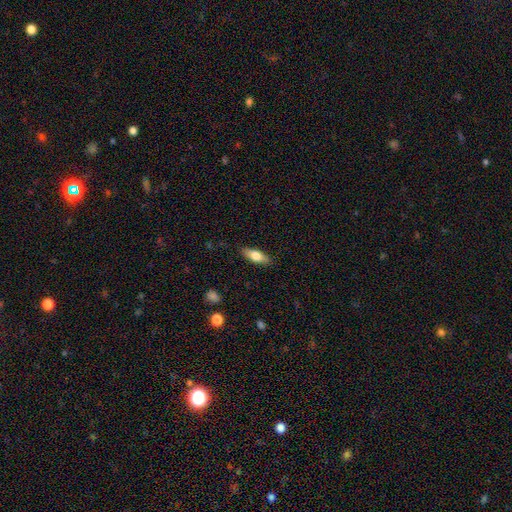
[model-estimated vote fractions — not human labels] smooth-or-featured: smooth: 72% | featured or disk: 22% | star or artifact: 6%
  how-rounded: in between: 67% | cigar-shaped: 30% | round: 3%
  merging: none: 87% | minor disturbance: 10% | major disturbance: 2% | merger: 1%